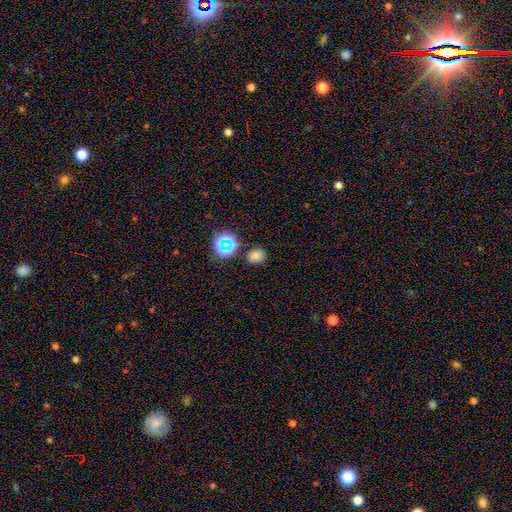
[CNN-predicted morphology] This is likely a smooth galaxy (73%). How rounded: likely round (68%). Merging: clearly none (82%).